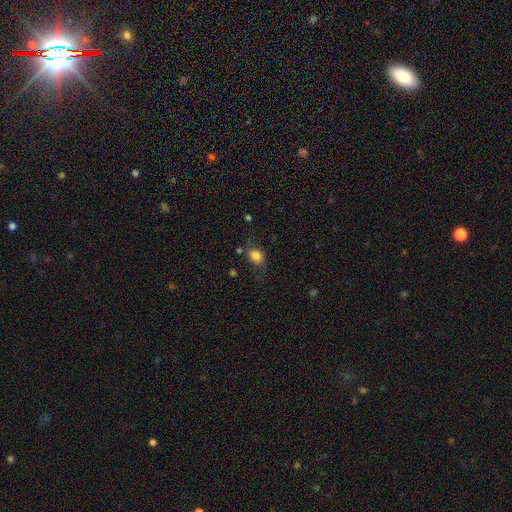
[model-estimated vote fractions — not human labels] smooth-or-featured: smooth: 82% | star or artifact: 11% | featured or disk: 7%
  how-rounded: round: 55% | in between: 44% | cigar-shaped: 1%
  merging: none: 70% | minor disturbance: 20% | major disturbance: 7% | merger: 3%